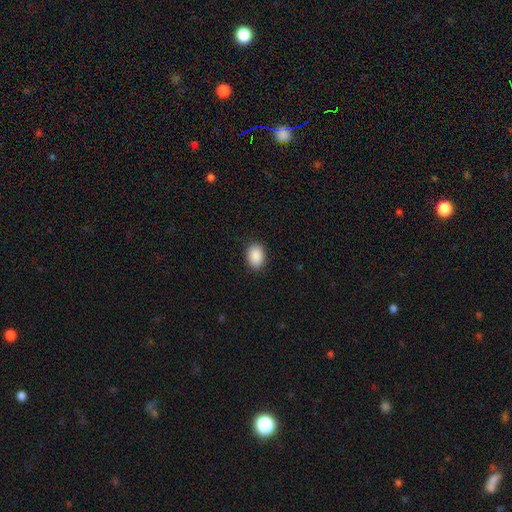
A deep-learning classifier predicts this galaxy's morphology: smooth 90%, star or artifact 7%, featured or disk 3%. Down the decision tree: how rounded — in between (77%); merging — none (89%).